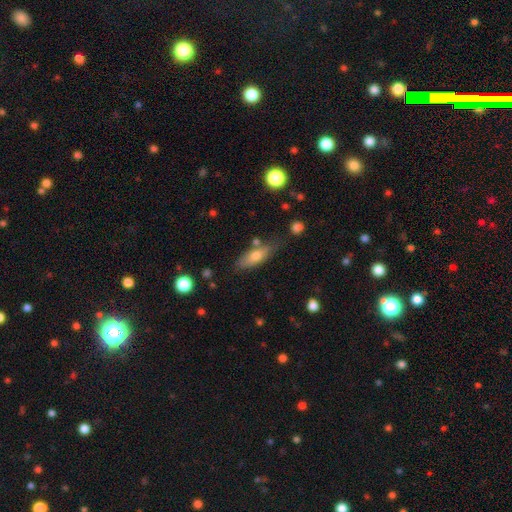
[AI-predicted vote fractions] smooth_or_featured: smooth (p=0.67) [alt: featured or disk p=0.25]
how_rounded: in between (p=0.61) [alt: cigar-shaped p=0.36]
merging: none (p=0.70) [alt: minor disturbance p=0.19]